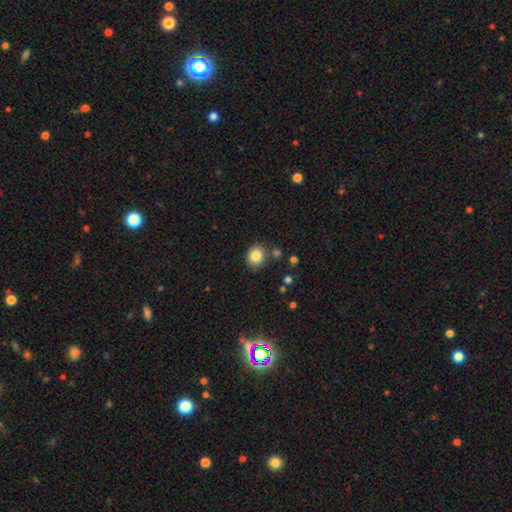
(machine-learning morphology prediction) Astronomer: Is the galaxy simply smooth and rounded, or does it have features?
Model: smooth — 84%.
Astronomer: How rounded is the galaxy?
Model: round — 75%.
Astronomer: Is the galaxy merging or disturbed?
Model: none — 76%.